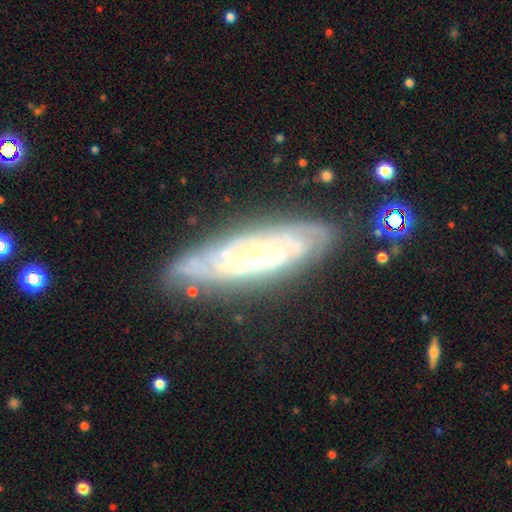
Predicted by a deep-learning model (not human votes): A featured or disk galaxy (81%) with no bar (63%), tight (74%) spiral arms (92%) and a small central bulge (50%). Merging: none (79%).